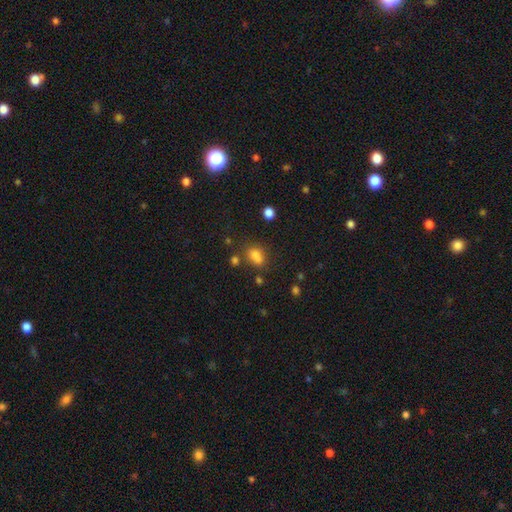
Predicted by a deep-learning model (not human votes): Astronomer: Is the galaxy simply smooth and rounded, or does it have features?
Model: smooth — 77%.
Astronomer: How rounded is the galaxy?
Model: in between — 69%.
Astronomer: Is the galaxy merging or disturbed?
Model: none — 54%.